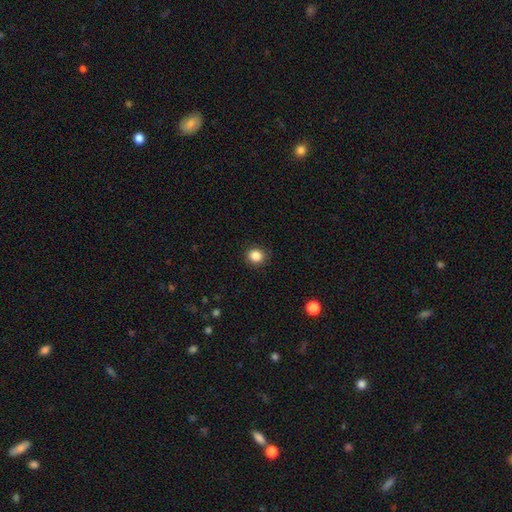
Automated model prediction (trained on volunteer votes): Q: Smooth or featured?
A: smooth (86%); runner-up: star or artifact (11%)
Q: How rounded?
A: round (86%); runner-up: in between (13%)
Q: Merging?
A: none (89%); runner-up: minor disturbance (7%)